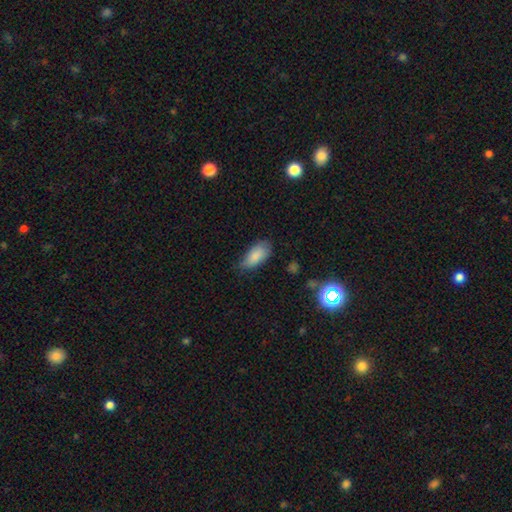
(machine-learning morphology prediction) The model was most divided on "merging": none: 63%, minor disturbance: 30%, major disturbance: 6%, merger: 2%. More confident: how rounded — in between (91%); smooth or featured — smooth (84%).